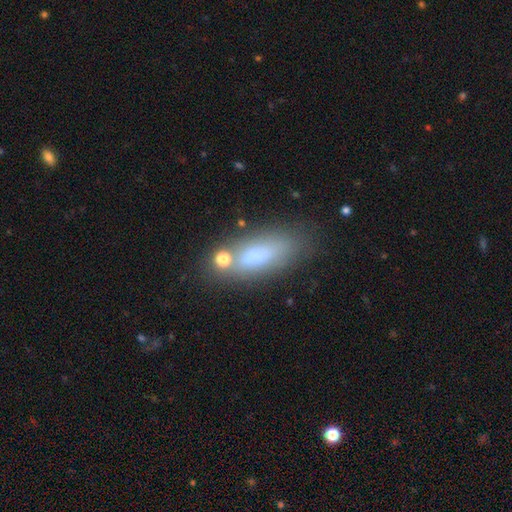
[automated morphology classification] This is likely a smooth galaxy (72%). How rounded: likely in between (67%). Merging: likely none (62%).